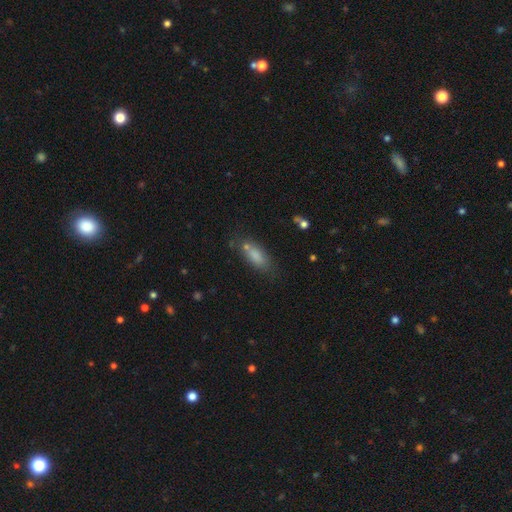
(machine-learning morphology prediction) Overall: smooth (81%). How rounded: in between (77%). Merging: none (63%).